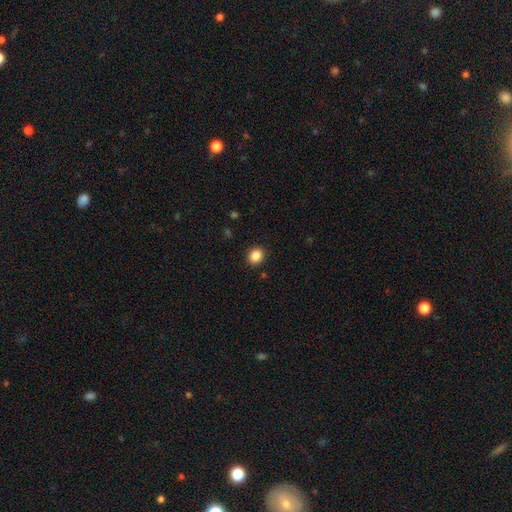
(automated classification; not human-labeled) The model was most divided on "how rounded": round: 70%, in between: 29%, cigar-shaped: 1%. More confident: merging — none (91%); smooth or featured — smooth (87%).